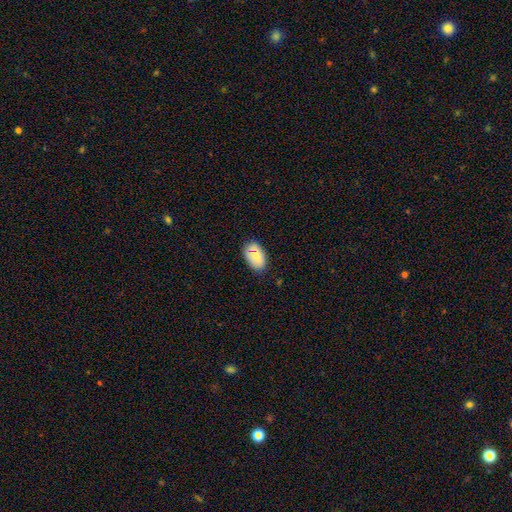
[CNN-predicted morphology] A smooth galaxy with no disk features (76%) that is in between round and cigar-shaped (92%). Merging: none (76%).